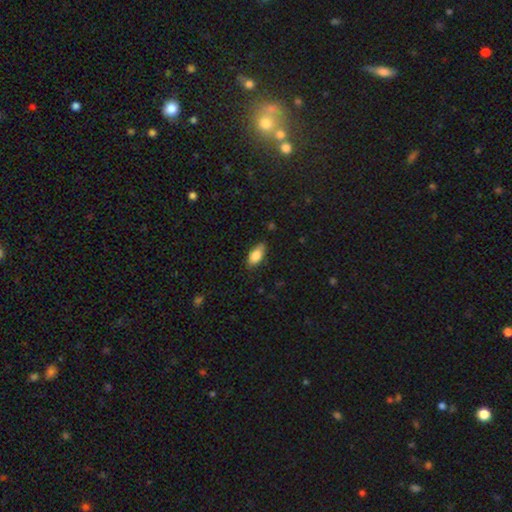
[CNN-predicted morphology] smooth_or_featured: smooth (p=0.82) [alt: featured or disk p=0.12]
how_rounded: in between (p=0.87) [alt: cigar-shaped p=0.09]
merging: none (p=0.77) [alt: minor disturbance p=0.18]